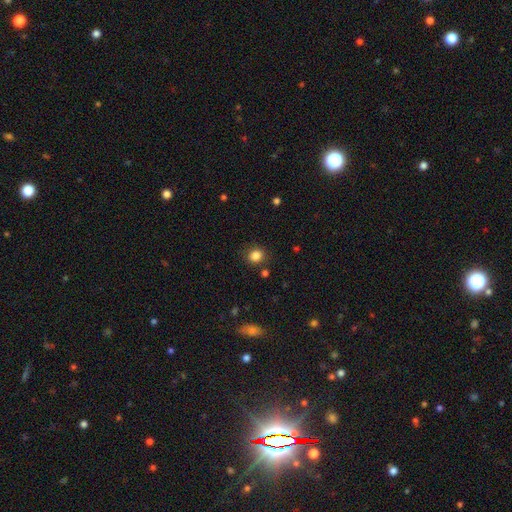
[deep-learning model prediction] Smooth or featured?
  - smooth: 84% *
  - star or artifact: 11%
  - featured or disk: 4%
How rounded?
  - round: 74% *
  - in between: 25%
  - cigar-shaped: 1%
Merging?
  - none: 83% *
  - minor disturbance: 11%
  - major disturbance: 3%
  - merger: 3%